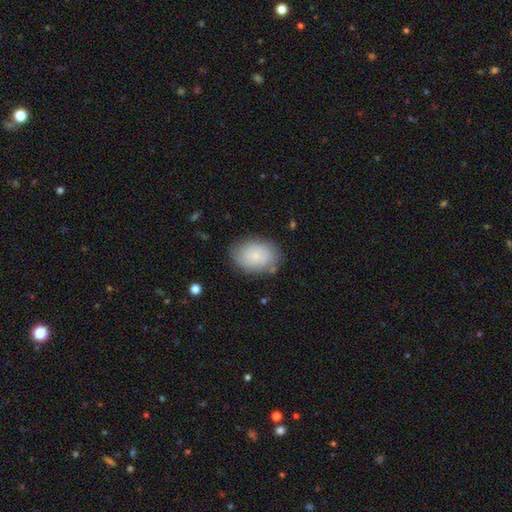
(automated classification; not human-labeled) A smooth galaxy with no disk features (73%) that is in between round and cigar-shaped (77%).

Vote fractions:
- Smooth or featured? smooth: 73% / featured or disk: 20% / star or artifact: 7%
- How rounded? in between: 77% / round: 22% / cigar-shaped: 1%
- Merging? none: 77% / minor disturbance: 17% / major disturbance: 4% / merger: 2%